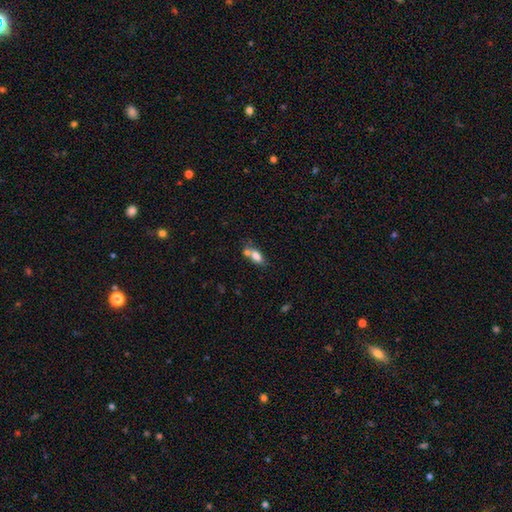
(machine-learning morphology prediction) Smooth or featured? smooth (76%)
How rounded? in between (82%)
Merging? merger (42%)